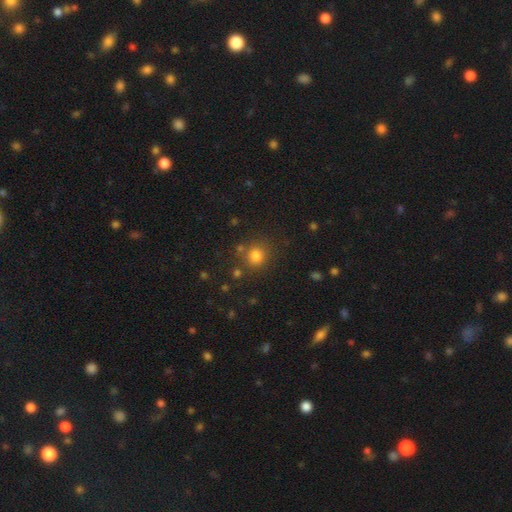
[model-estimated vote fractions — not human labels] This is clearly a smooth galaxy (80%). How rounded: clearly round (87%). Merging: likely none (79%).